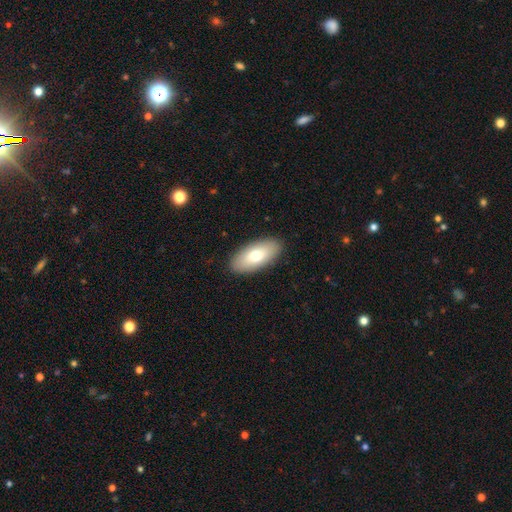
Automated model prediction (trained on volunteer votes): Smooth or featured?
  - smooth: 71% *
  - featured or disk: 23%
  - star or artifact: 6%
How rounded?
  - in between: 90% *
  - cigar-shaped: 8%
  - round: 3%
Merging?
  - none: 90% *
  - minor disturbance: 7%
  - major disturbance: 2%
  - merger: 1%